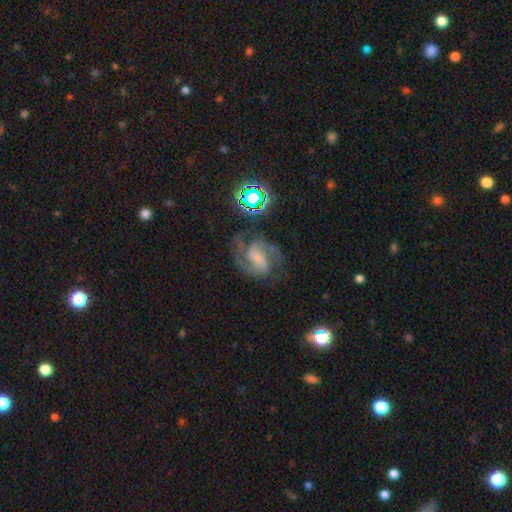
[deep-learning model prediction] A featured or disk galaxy (84%) with a weak bar (47%), 2 (77%) medium (58%) spiral arms (97%) and a small central bulge (42%).

Vote fractions:
- Smooth or featured? featured or disk: 84% / star or artifact: 9% / smooth: 8%
- Edge-on disk? no: 98% / yes: 2%
- Bar? weak: 47% / no: 28% / strong: 25%
- Spiral arms? yes: 97% / no: 3%
- Spiral winding? medium: 58% / tight: 28% / loose: 14%
- Spiral arm count? 2: 77% / 3: 10% / can't tell: 6% / 1: 3% / 4: 2% / more than 4: 2%
- Bulge size? small: 42% / none: 27% / moderate: 23% / large: 7% / dominant: 2%
- Merging? none: 71% / minor disturbance: 16% / major disturbance: 11% / merger: 2%